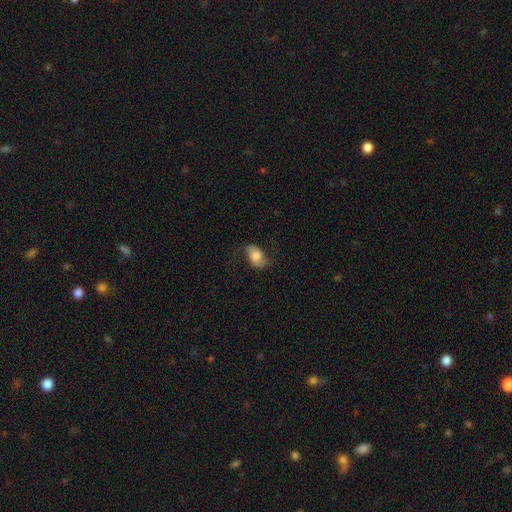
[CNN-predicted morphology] This appears to be a smooth galaxy with no disk features (66%) that is in between round and cigar-shaped (87%). Merging: none (65%).